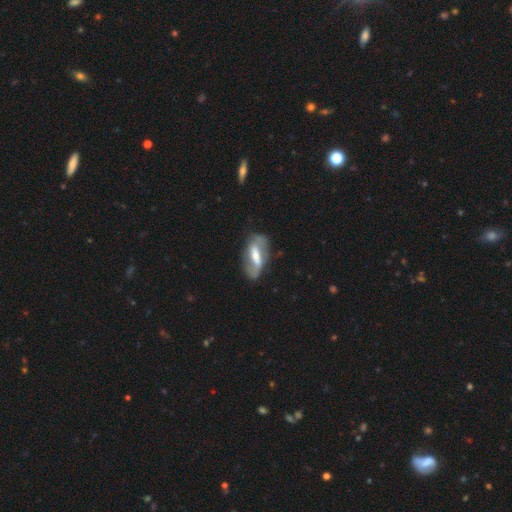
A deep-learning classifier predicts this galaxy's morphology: type=featured or disk (67%); edge-on=no (85%); bar=strong (57%); spiral arms=yes (59%); bulge=moderate (57%); merging=none (66%).